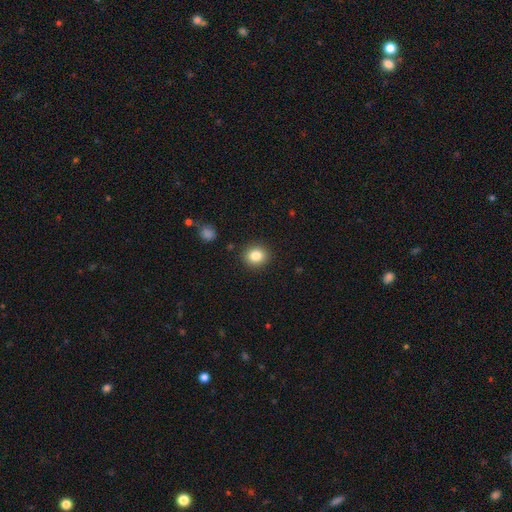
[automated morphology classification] The model was most divided on "how rounded": round: 83%, in between: 17%, cigar-shaped: 1%. More confident: merging — none (90%); smooth or featured — smooth (84%).